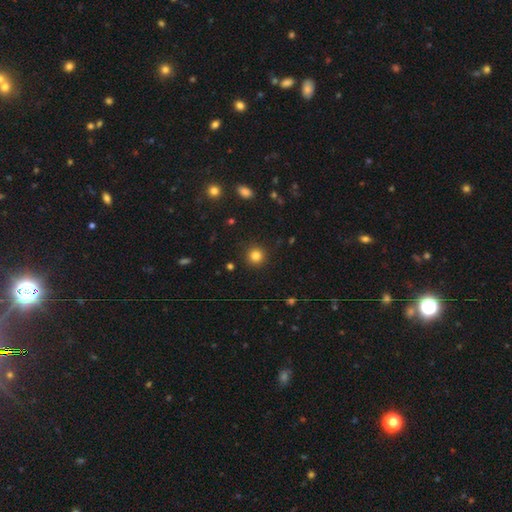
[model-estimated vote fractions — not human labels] smooth 83%, star or artifact 12%, featured or disk 5%. Down the decision tree: how rounded — round (94%); merging — none (91%).